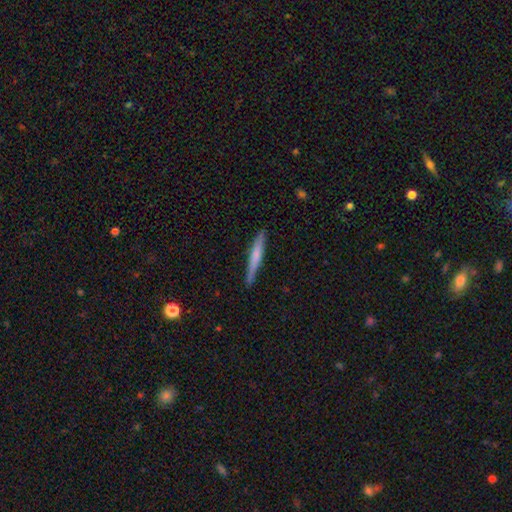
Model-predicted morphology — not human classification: The model was most divided on "smooth or featured": smooth: 58%, featured or disk: 37%, star or artifact: 6%. More confident: how rounded — cigar-shaped (95%); merging — none (86%).